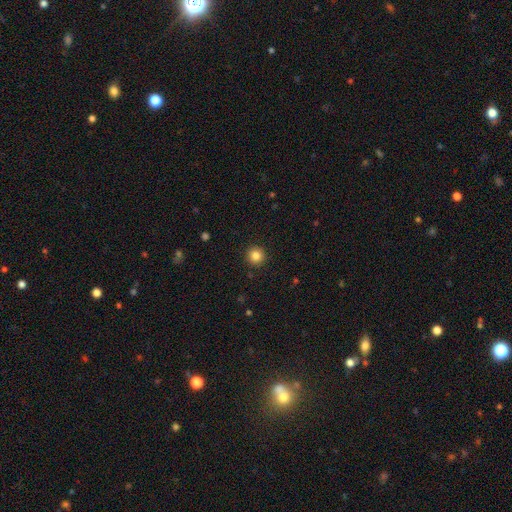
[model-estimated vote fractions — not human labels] smooth-or-featured: smooth: 85% | star or artifact: 11% | featured or disk: 4%
  how-rounded: round: 95% | in between: 4% | cigar-shaped: 1%
  merging: none: 92% | minor disturbance: 5% | major disturbance: 2% | merger: 1%